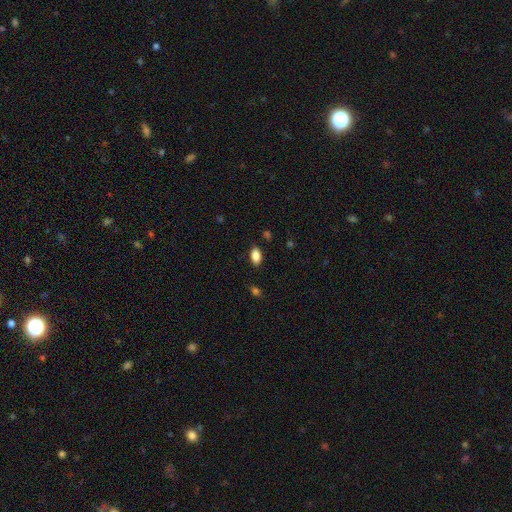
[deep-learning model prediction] smooth 87%, star or artifact 8%, featured or disk 5%. Down the decision tree: how rounded — in between (92%); merging — none (86%).